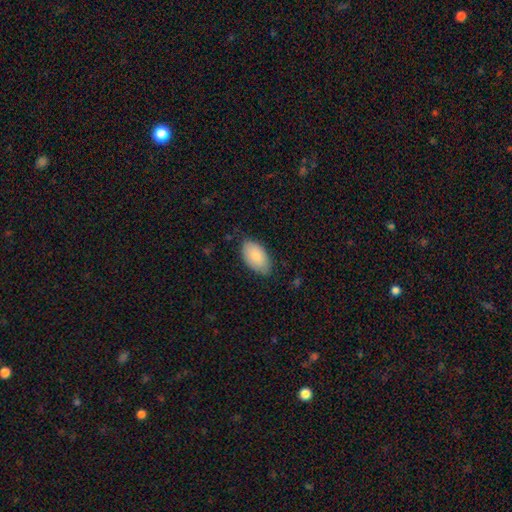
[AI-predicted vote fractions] A smooth galaxy with no disk features (83%) that is in between round and cigar-shaped (95%).

Vote fractions:
- Smooth or featured? smooth: 83% / featured or disk: 11% / star or artifact: 6%
- How rounded? in between: 95% / round: 4% / cigar-shaped: 1%
- Merging? none: 77% / minor disturbance: 19% / major disturbance: 3% / merger: 1%